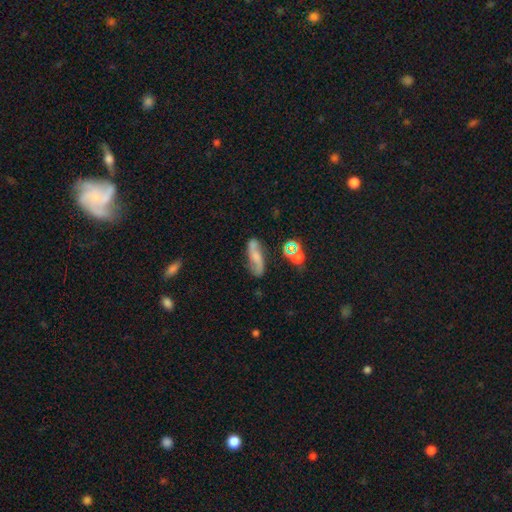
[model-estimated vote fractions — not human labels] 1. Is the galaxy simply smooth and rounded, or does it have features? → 58% featured or disk, 32% smooth, 10% star or artifact.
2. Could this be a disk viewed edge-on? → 85% no, 15% yes.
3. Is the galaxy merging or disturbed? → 71% none, 18% minor disturbance, 6% major disturbance, 5% merger.